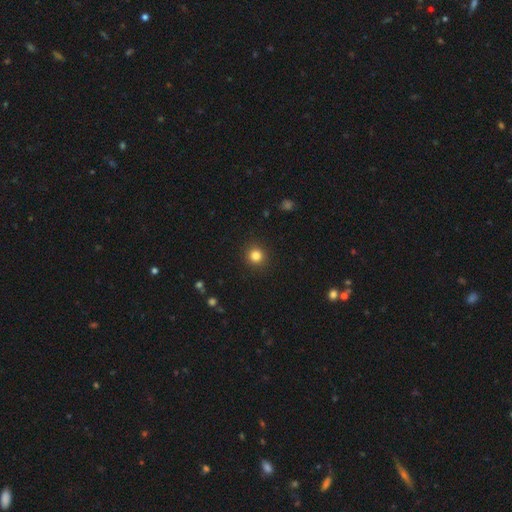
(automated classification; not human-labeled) Overall: smooth (83%). How rounded: round (92%). Merging: none (92%).